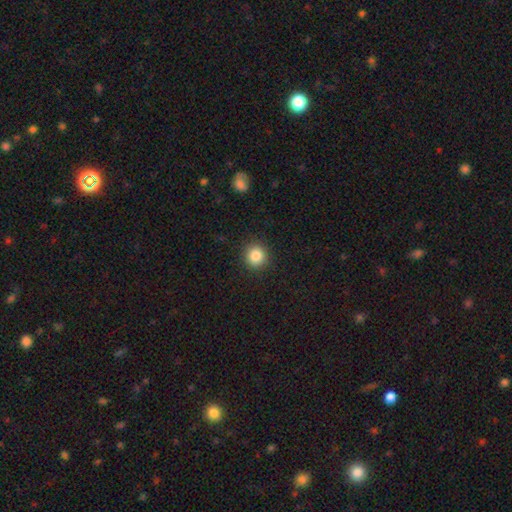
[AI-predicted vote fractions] smooth 85%, star or artifact 10%, featured or disk 5%. Down the decision tree: how rounded — round (91%); merging — none (91%).